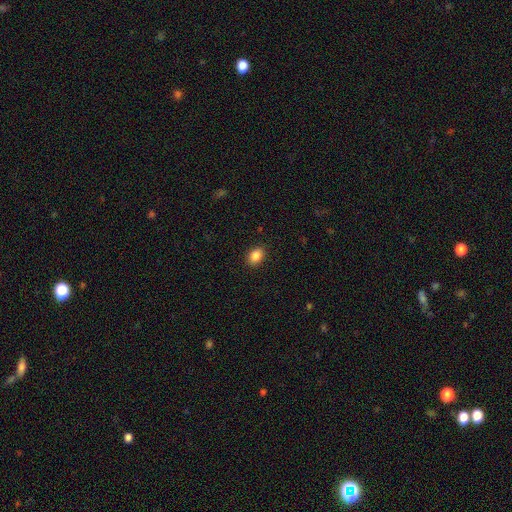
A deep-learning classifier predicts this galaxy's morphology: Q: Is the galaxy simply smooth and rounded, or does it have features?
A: smooth — 87%.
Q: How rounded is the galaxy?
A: in between — 75%.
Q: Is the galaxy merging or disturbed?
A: none — 89%.